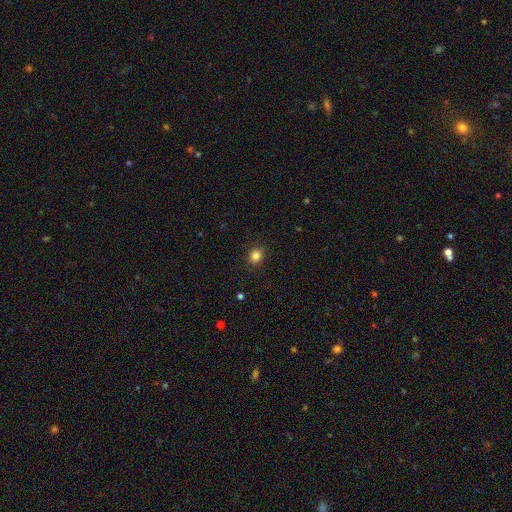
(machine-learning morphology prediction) Smooth or featured? smooth (84%)
How rounded? round (76%)
Merging? none (90%)